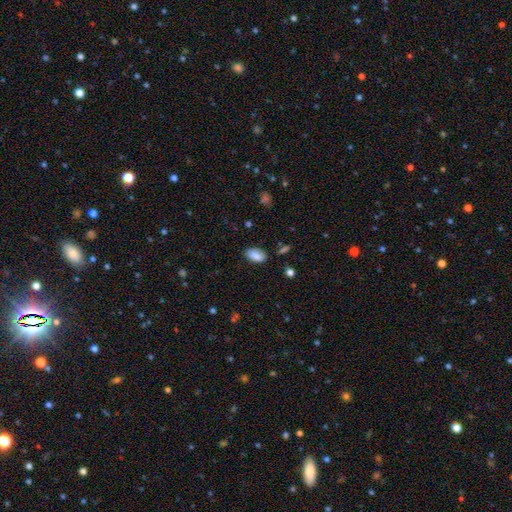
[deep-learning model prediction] The model was most divided on "merging": none: 82%, minor disturbance: 13%, major disturbance: 3%, merger: 2%. More confident: how rounded — in between (93%); smooth or featured — smooth (85%).